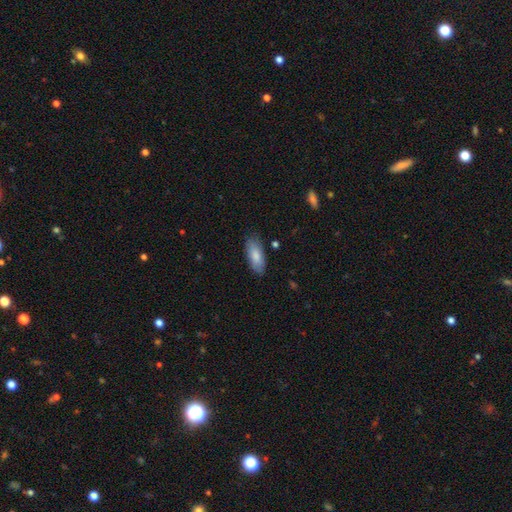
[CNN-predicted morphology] smooth-or-featured: smooth: 84% | featured or disk: 10% | star or artifact: 6%
  how-rounded: in between: 79% | cigar-shaped: 19% | round: 2%
  merging: none: 83% | minor disturbance: 13% | major disturbance: 3% | merger: 2%